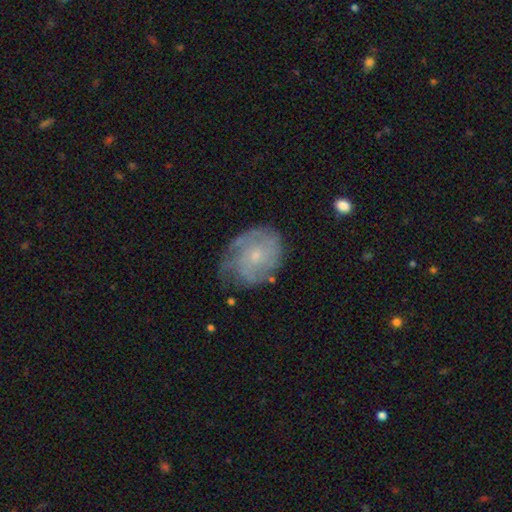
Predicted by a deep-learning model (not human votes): This is likely a featured or disk galaxy (68%). It is clearly not viewed edge-on (97%). Bar: clearly no (80%). Spiral arm pattern: clearly yes (82%). Spiral arm count: possibly can't tell (48%). Spiral winding: possibly tight (56%). Central bulge: likely small (71%). Merging: likely none (61%).